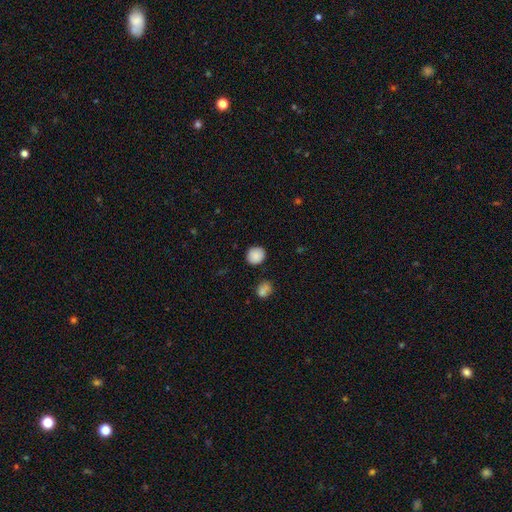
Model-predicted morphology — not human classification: type=smooth (88%); roundness=round (88%); merging=none (87%).